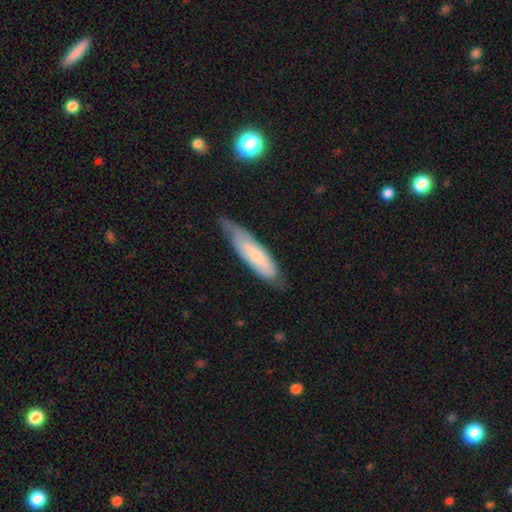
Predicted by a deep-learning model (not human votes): Q: Smooth or featured?
A: smooth (57%); runner-up: featured or disk (37%)
Q: How rounded?
A: cigar-shaped (62%); runner-up: in between (36%)
Q: Merging?
A: none (56%); runner-up: minor disturbance (33%)